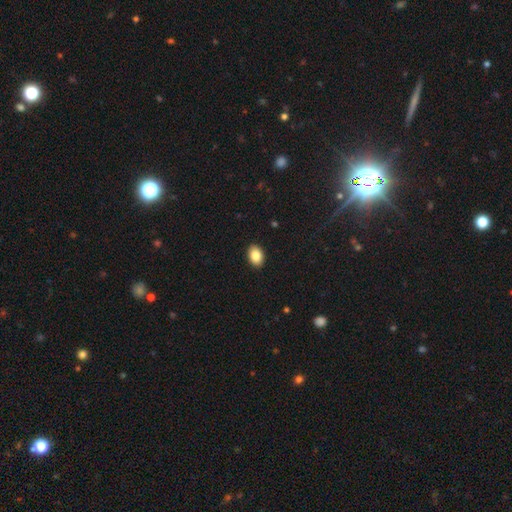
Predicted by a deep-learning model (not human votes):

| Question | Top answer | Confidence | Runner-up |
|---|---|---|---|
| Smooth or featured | smooth | 87% | star or artifact (8%) |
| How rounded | in between | 84% | round (15%) |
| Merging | none | 91% | minor disturbance (7%) |